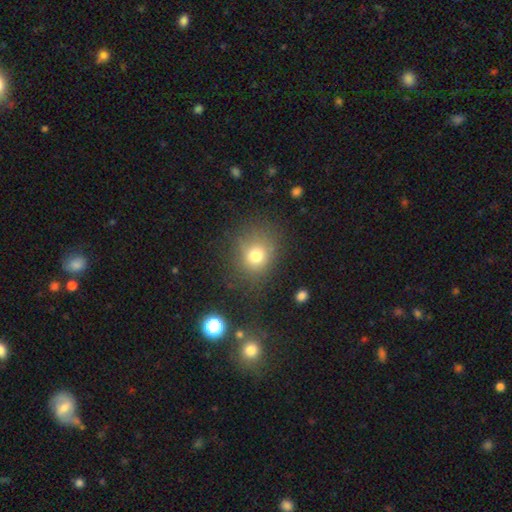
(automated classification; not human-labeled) Morphology: type=smooth (73%); roundness=round (74%); merging=none (74%).